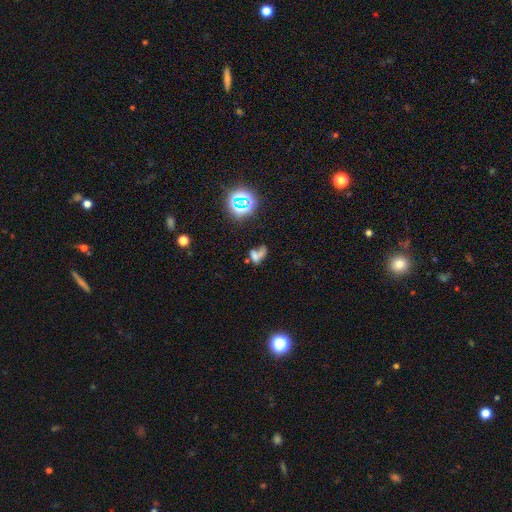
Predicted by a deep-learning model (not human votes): Smooth or featured?
  - smooth: 46% *
  - featured or disk: 29%
  - star or artifact: 24%
Merging?
  - merger: 34% *
  - major disturbance: 28%
  - none: 23%
  - minor disturbance: 15%